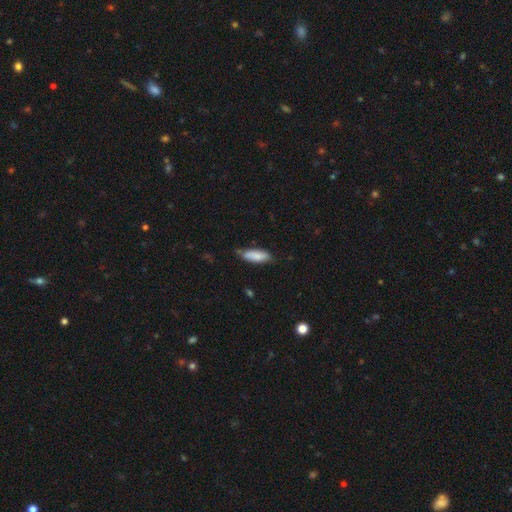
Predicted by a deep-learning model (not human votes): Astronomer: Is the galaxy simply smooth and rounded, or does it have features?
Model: smooth — 84%.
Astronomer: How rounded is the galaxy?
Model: in between — 61% (runner-up: cigar-shaped, 37%).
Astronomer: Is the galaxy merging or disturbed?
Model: none — 73%.